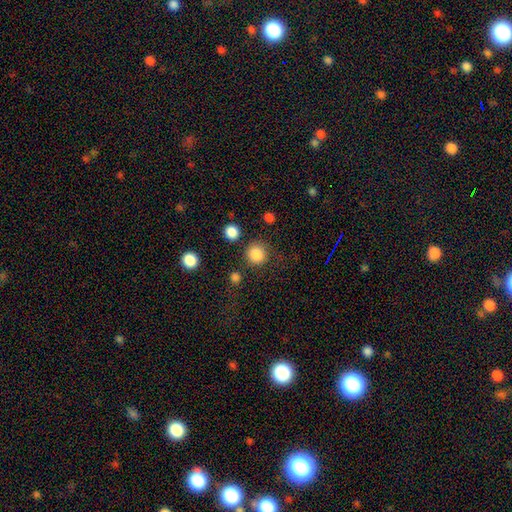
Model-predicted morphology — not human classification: This appears to be a smooth galaxy with no disk features (85%) that is round (93%). Merging: none (83%).